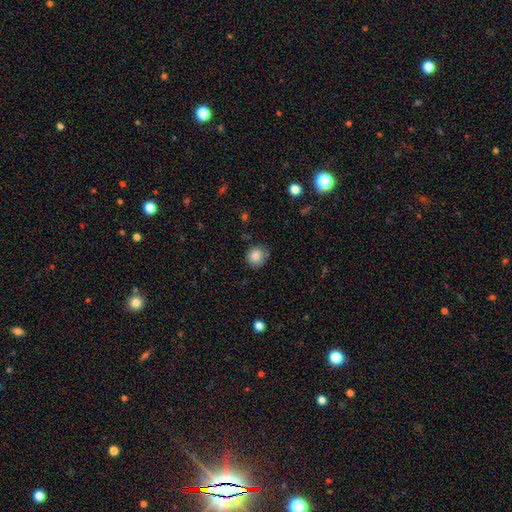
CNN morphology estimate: Smooth or featured?
  - smooth: 85% *
  - star or artifact: 9%
  - featured or disk: 6%
How rounded?
  - round: 82% *
  - in between: 18%
  - cigar-shaped: 1%
Merging?
  - none: 73% *
  - minor disturbance: 21%
  - major disturbance: 4%
  - merger: 1%